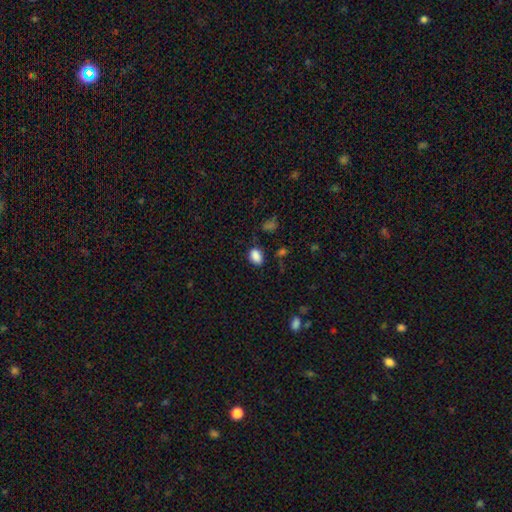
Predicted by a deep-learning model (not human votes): smooth-or-featured: smooth: 86% | star or artifact: 10% | featured or disk: 4%
  how-rounded: in between: 80% | round: 19% | cigar-shaped: 1%
  merging: none: 76% | minor disturbance: 17% | major disturbance: 4% | merger: 3%